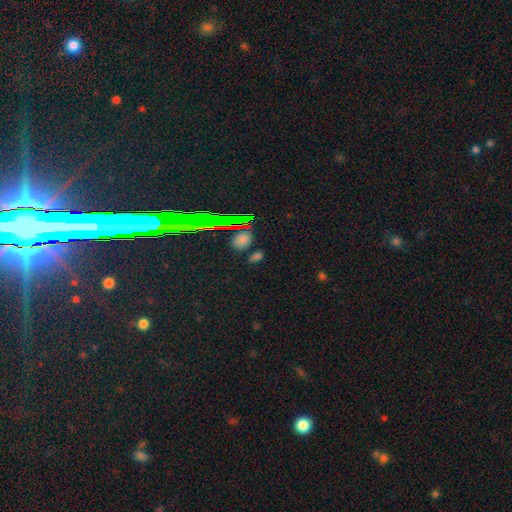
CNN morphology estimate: A star or artifact, not a galaxy (48%).

Vote fractions:
- Smooth or featured? star or artifact: 48% / smooth: 40% / featured or disk: 12%